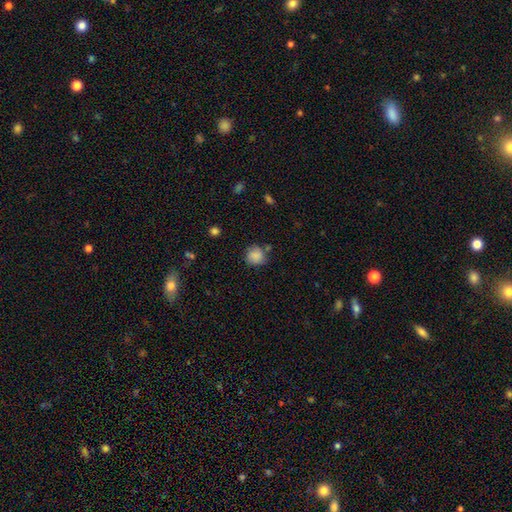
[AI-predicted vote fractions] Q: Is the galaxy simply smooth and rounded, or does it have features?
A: smooth — 83%.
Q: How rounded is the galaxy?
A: round — 83%.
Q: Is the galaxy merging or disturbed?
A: none — 69%.